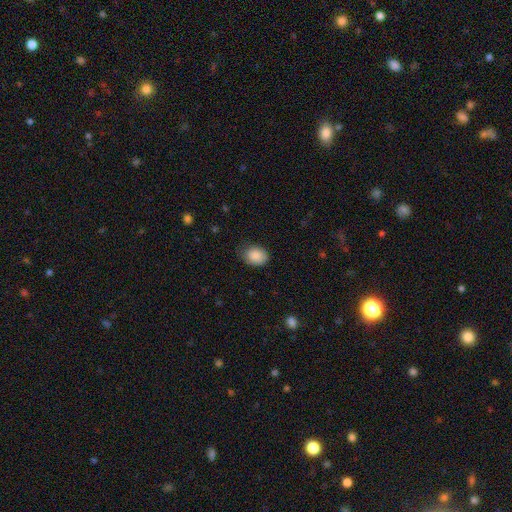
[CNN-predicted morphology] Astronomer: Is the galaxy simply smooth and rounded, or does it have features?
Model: smooth — 88%.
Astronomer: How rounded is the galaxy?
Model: in between — 60% (runner-up: round, 39%).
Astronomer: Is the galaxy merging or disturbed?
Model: none — 73%.